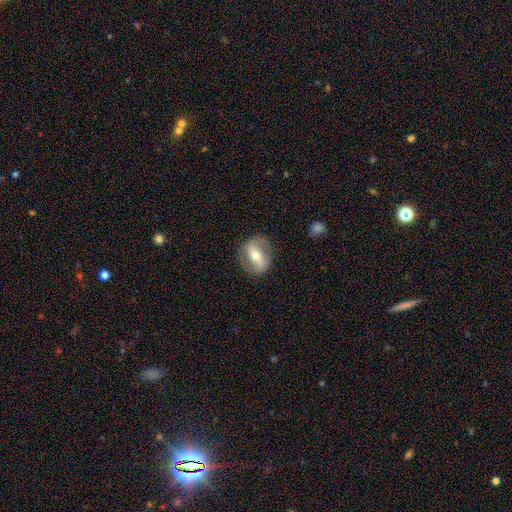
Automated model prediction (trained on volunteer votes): Smooth or featured: featured or disk — 69% (smooth — 24%)
Edge-on disk: no — 92% (yes — 8%)
Bar: strong — 54% (weak — 28%)
Spiral arms: yes — 66% (no — 34%)
Bulge size: moderate — 67% (small — 27%)
Merging: none — 82% (minor disturbance — 12%)